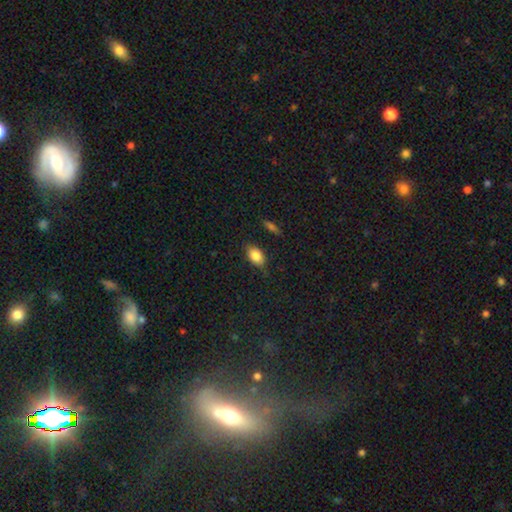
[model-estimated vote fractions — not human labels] The model was most divided on "merging": none: 80%, minor disturbance: 15%, major disturbance: 3%, merger: 2%. More confident: how rounded — in between (88%); smooth or featured — smooth (84%).